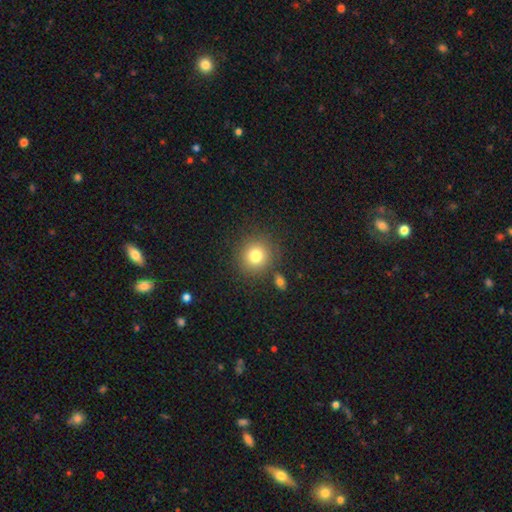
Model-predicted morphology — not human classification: Smooth or featured? smooth (80%)
How rounded? round (90%)
Merging? none (83%)